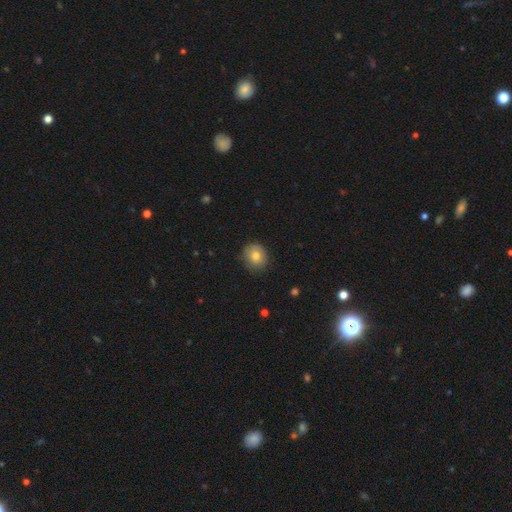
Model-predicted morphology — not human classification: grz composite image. It shows a smooth galaxy with no disk features (77%) that is round (76%). Merging: none (81%).